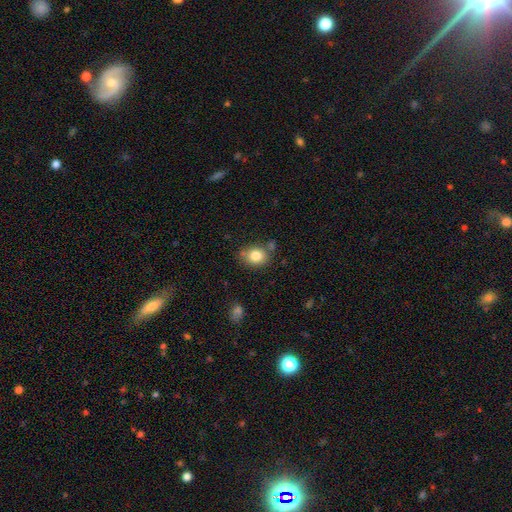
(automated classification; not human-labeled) Morphology: type=smooth (82%); roundness=round (52%); merging=none (69%).